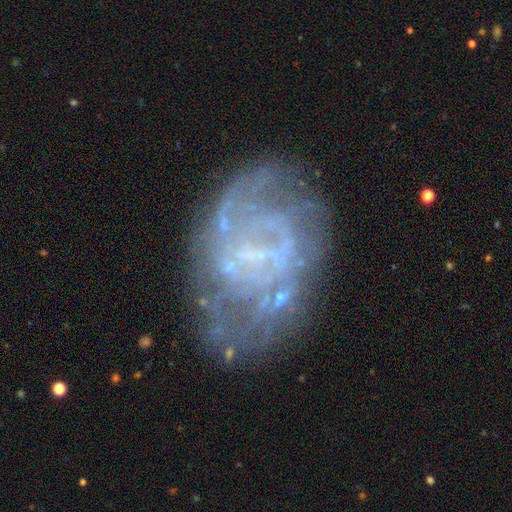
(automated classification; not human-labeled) Morphology: type=featured or disk (78%); edge-on=no (98%); bar=no (42%); spiral arms=yes (63%); bulge=none (58%); merging=none (59%).